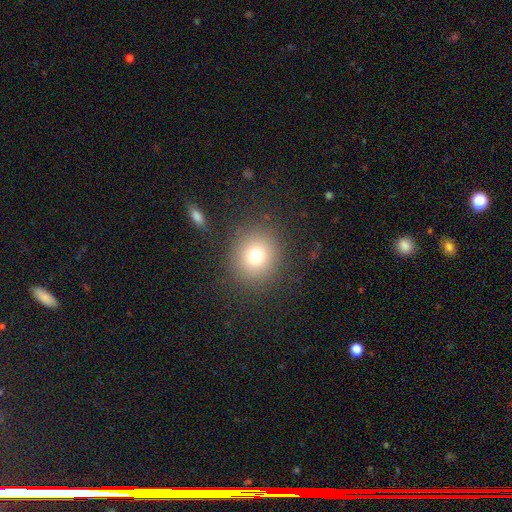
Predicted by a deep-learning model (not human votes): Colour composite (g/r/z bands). It shows a smooth galaxy with no disk features (73%) that is round (85%). Merging: none (87%).